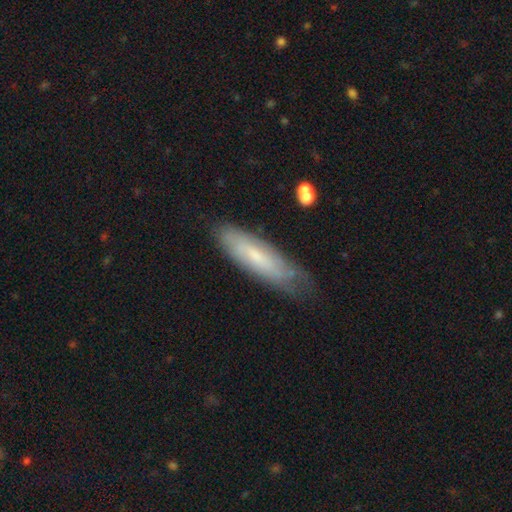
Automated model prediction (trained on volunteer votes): A smooth galaxy with no disk features (54%) that is cigar-shaped (58%).

Vote fractions:
- Smooth or featured? smooth: 54% / featured or disk: 39% / star or artifact: 7%
- How rounded? cigar-shaped: 58% / in between: 41% / round: 2%
- Merging? none: 64% / minor disturbance: 27% / major disturbance: 8% / merger: 2%